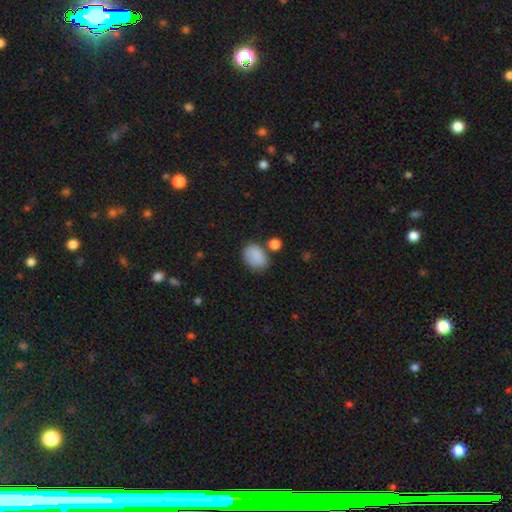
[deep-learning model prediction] This appears to be a smooth galaxy with no disk features (86%) that is in between round and cigar-shaped (75%). Merging: none (67%).